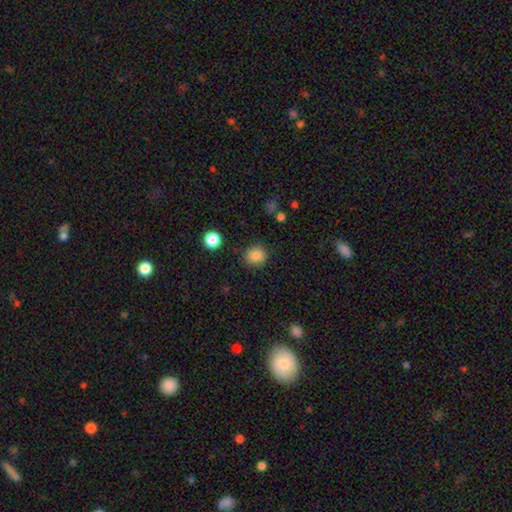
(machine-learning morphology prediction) smooth-or-featured: smooth: 85% | star or artifact: 10% | featured or disk: 5%
  how-rounded: round: 82% | in between: 17% | cigar-shaped: 1%
  merging: none: 87% | minor disturbance: 9% | major disturbance: 3% | merger: 2%